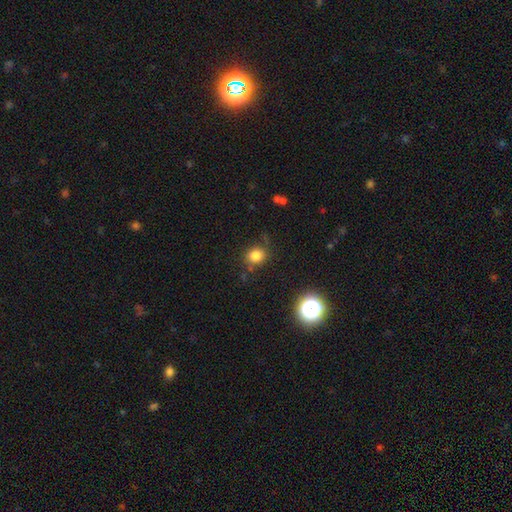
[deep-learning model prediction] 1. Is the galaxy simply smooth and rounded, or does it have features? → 80% smooth, 14% star or artifact, 6% featured or disk.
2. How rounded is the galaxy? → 74% round, 25% in between, 1% cigar-shaped.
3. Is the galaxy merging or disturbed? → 76% none, 15% minor disturbance, 5% major disturbance, 4% merger.